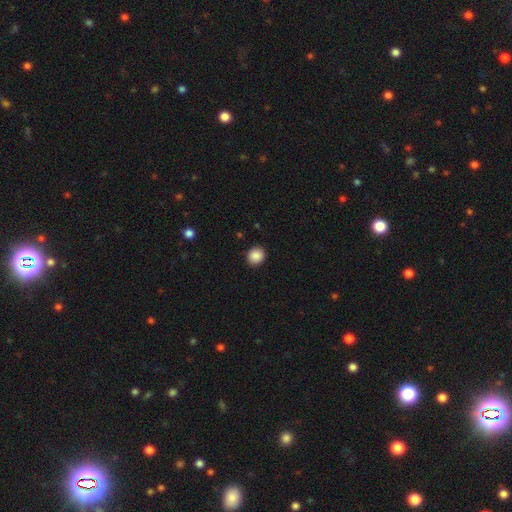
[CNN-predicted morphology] A smooth galaxy with no disk features (88%) that is round (83%). Merging: none (91%).